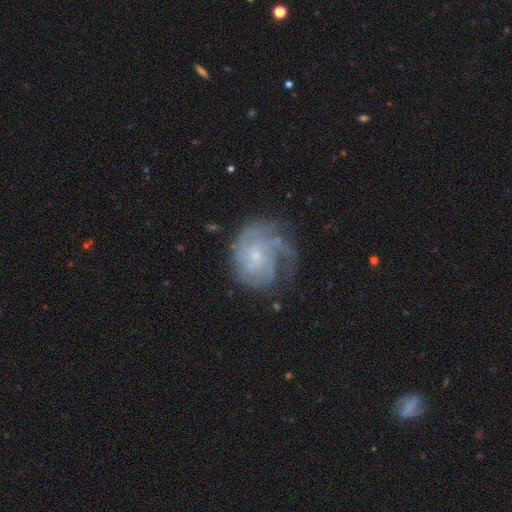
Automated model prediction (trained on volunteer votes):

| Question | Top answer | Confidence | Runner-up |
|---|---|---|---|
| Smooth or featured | featured or disk | 82% | smooth (10%) |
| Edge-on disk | no | 98% | yes (2%) |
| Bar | no | 73% | weak (24%) |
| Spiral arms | yes | 94% | no (6%) |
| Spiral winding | tight | 55% | medium (33%) |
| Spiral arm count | can't tell | 34% | 3 (21%) |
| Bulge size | small | 76% | moderate (15%) |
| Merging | none | 57% | minor disturbance (22%) |